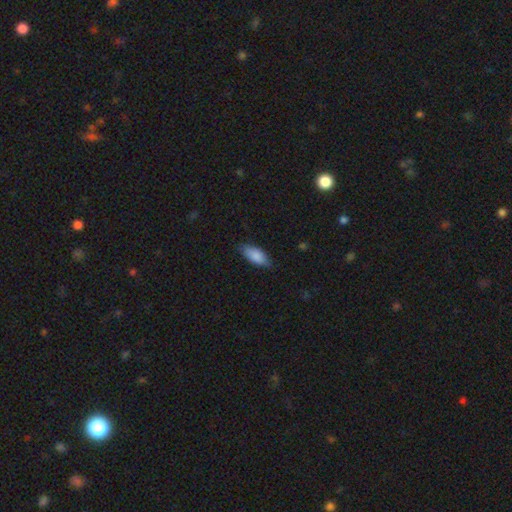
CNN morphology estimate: Overall: smooth (86%). How rounded: in between (87%). Merging: none (76%).